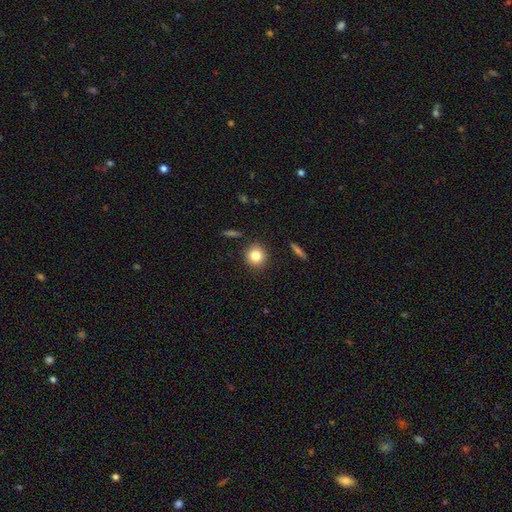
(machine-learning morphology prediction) smooth-or-featured: smooth: 82% | star or artifact: 10% | featured or disk: 8%
  how-rounded: round: 91% | in between: 8% | cigar-shaped: 1%
  merging: none: 90% | minor disturbance: 6% | major disturbance: 2% | merger: 2%